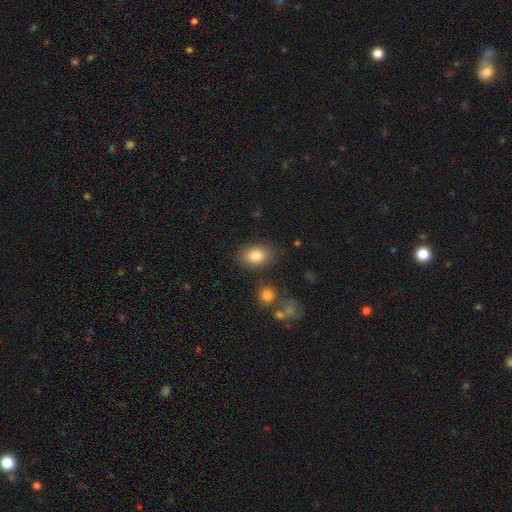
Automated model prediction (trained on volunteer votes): Morphology: type=smooth (83%); roundness=in between (79%); merging=none (82%).